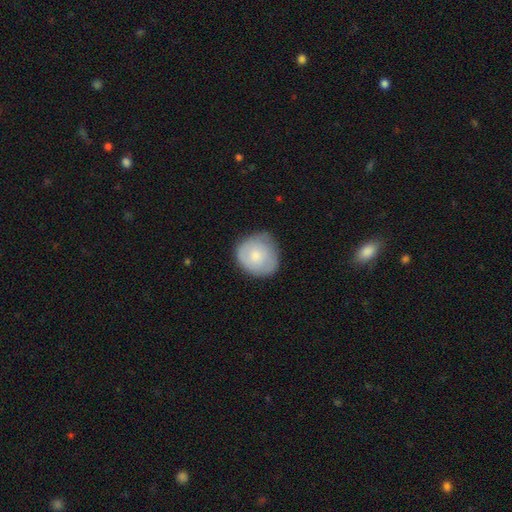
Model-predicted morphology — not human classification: Q: Smooth or featured?
A: smooth (72%); runner-up: featured or disk (21%)
Q: How rounded?
A: round (80%); runner-up: in between (19%)
Q: Merging?
A: none (65%); runner-up: minor disturbance (27%)